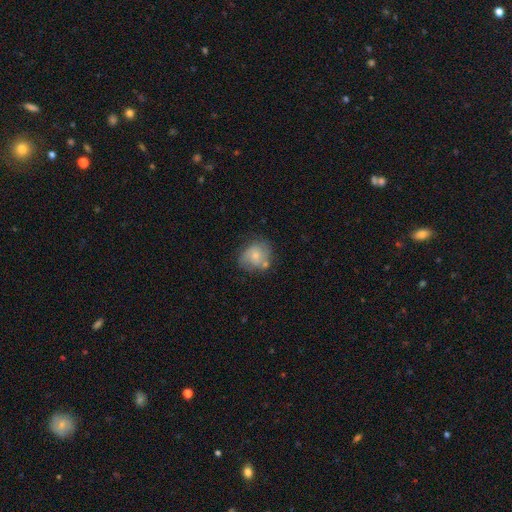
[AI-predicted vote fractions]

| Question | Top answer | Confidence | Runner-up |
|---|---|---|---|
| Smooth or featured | smooth | 57% | featured or disk (35%) |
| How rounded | round | 68% | in between (31%) |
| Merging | none | 51% | minor disturbance (26%) |